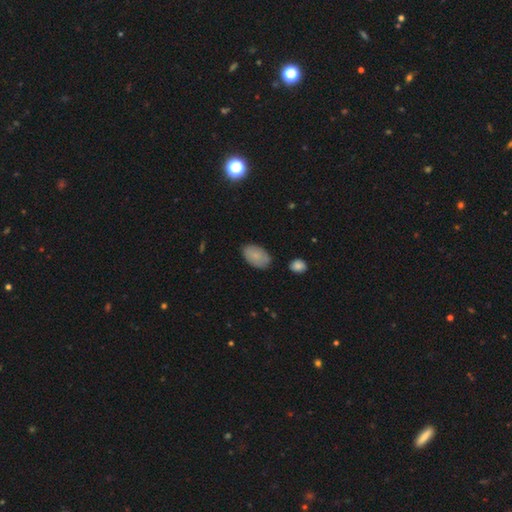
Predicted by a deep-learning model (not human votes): A smooth galaxy with no disk features (81%) that is in between round and cigar-shaped (92%). Merging: none (75%).